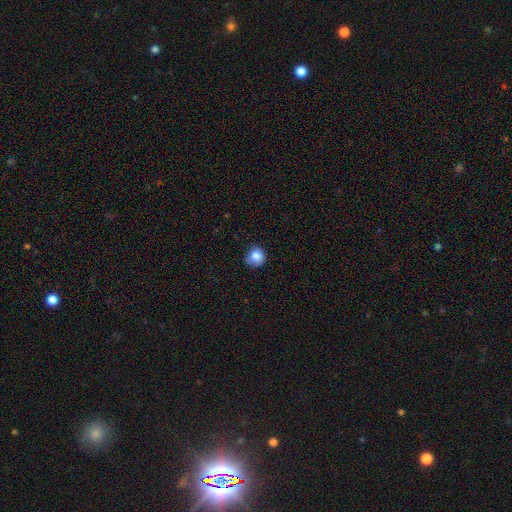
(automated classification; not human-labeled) This is clearly a smooth galaxy (83%). How rounded: clearly round (85%). Merging: likely none (63%).